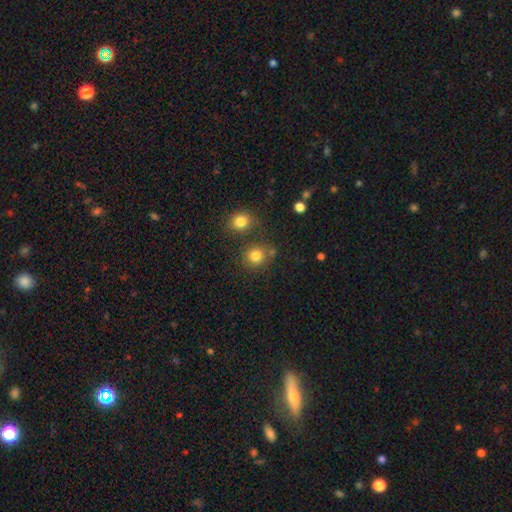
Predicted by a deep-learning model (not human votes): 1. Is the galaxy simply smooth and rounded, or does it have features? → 80% smooth, 13% star or artifact, 7% featured or disk.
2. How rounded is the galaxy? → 87% round, 12% in between, 1% cigar-shaped.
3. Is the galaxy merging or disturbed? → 72% none, 14% merger, 10% minor disturbance, 4% major disturbance.